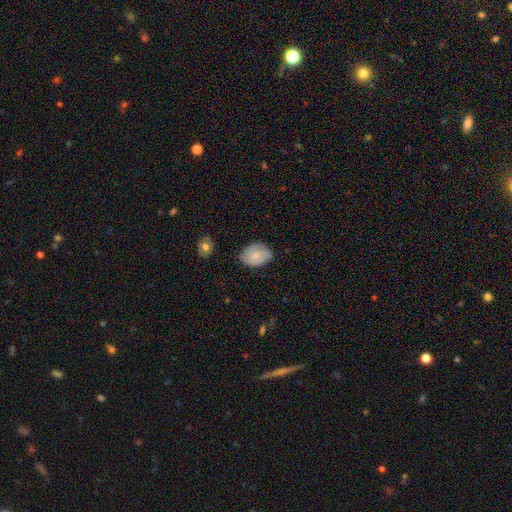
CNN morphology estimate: Smooth or featured: smooth — 63% (featured or disk — 30%)
How rounded: in between — 69% (round — 30%)
Merging: none — 70% (minor disturbance — 24%)